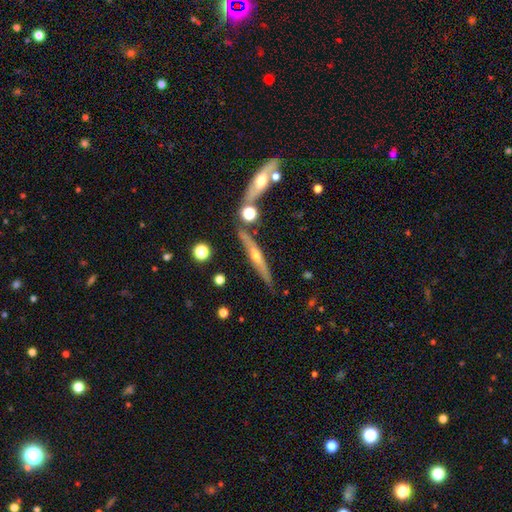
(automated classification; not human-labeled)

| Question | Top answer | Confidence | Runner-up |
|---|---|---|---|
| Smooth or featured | featured or disk | 66% | smooth (27%) |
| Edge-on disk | yes | 93% | no (7%) |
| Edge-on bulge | rounded | 82% | none (14%) |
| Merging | none | 76% | minor disturbance (13%) |